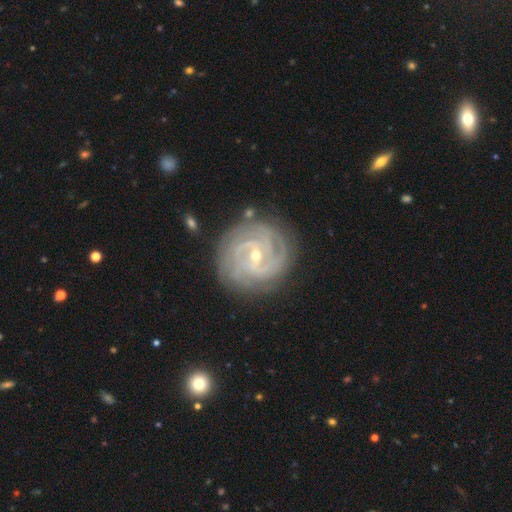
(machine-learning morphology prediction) Smooth or featured? featured or disk (91%)
Edge-on disk? no (98%)
Bar? weak (48%)
Spiral arms? yes (98%)
Spiral winding? tight (74%)
Spiral arm count? 3 (31%)
Bulge size? small (65%)
Merging? none (82%)